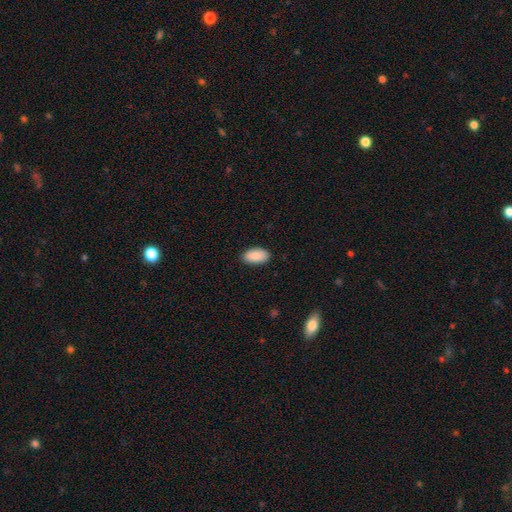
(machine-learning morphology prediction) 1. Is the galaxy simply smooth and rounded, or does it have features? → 91% smooth, 6% star or artifact, 3% featured or disk.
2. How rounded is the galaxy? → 95% in between, 3% round, 2% cigar-shaped.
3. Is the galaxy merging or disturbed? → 88% none, 9% minor disturbance, 2% major disturbance, 1% merger.